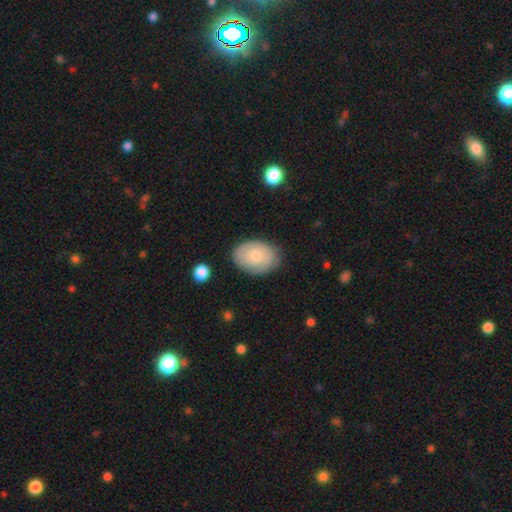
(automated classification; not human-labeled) Smooth or featured? Predicted: smooth (p=0.72). How rounded? Predicted: in between (p=0.80). Merging? Predicted: none (p=0.78).